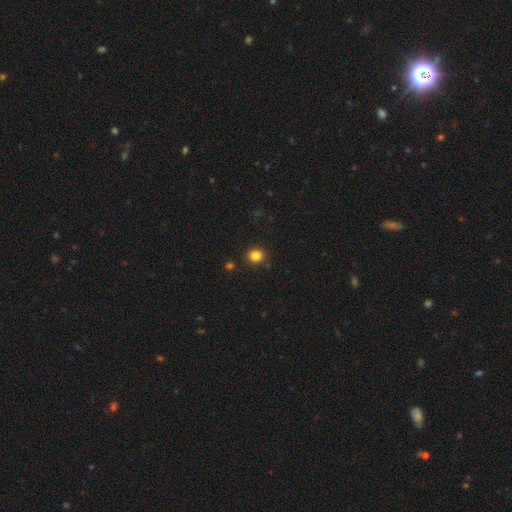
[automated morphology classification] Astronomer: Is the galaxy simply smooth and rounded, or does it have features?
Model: smooth — 84%.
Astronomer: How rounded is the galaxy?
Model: round — 86%.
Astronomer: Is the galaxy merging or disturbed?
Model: none — 88%.